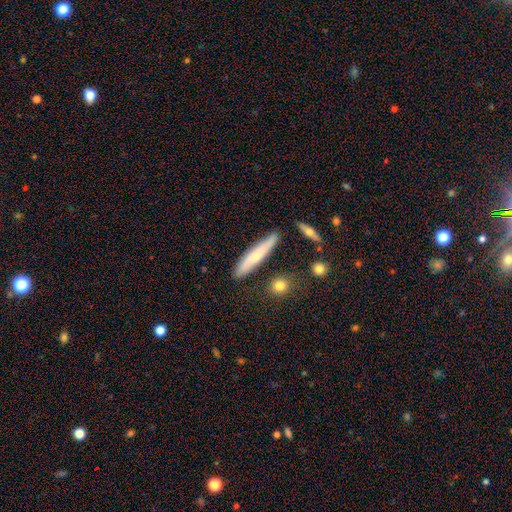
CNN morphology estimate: type=smooth (59%); roundness=cigar-shaped (88%); merging=none (81%).